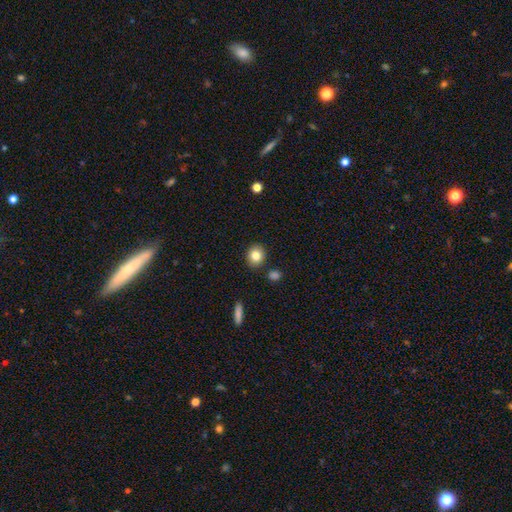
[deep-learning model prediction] Smooth or featured?
  - smooth: 83% *
  - star or artifact: 9%
  - featured or disk: 8%
How rounded?
  - round: 76% *
  - in between: 23%
  - cigar-shaped: 1%
Merging?
  - none: 88% *
  - minor disturbance: 7%
  - merger: 3%
  - major disturbance: 2%